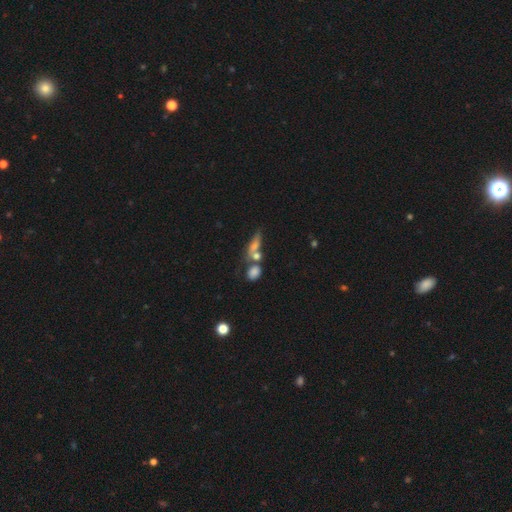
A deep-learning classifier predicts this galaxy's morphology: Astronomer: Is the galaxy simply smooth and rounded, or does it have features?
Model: smooth — 60%.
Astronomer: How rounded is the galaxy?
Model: in between — 46% (runner-up: cigar-shaped, 31%).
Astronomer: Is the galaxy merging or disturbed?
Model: none — 41% (runner-up: merger, 37%).